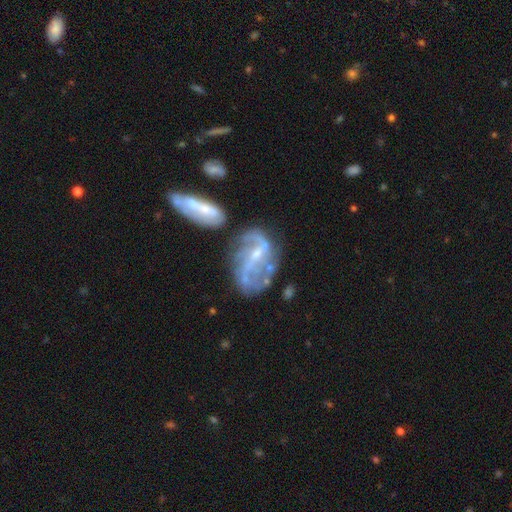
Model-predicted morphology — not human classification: This is clearly a featured or disk galaxy (81%). It is clearly not viewed edge-on (96%). Bar: marginally weak (43%). Spiral arm pattern: clearly yes (84%). Spiral arm count: likely 2 (62%). Spiral winding: possibly loose (56%). Central bulge: likely small (64%). Merging: marginally none (38%).